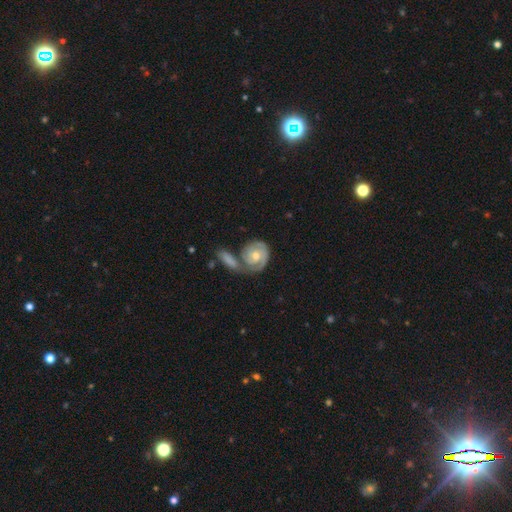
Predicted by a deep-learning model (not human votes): A featured or disk galaxy (73%) with no bar (79%), 2 (37%) tight (72%) spiral arms (84%) and a moderate central bulge (65%). Merging: none (44%).